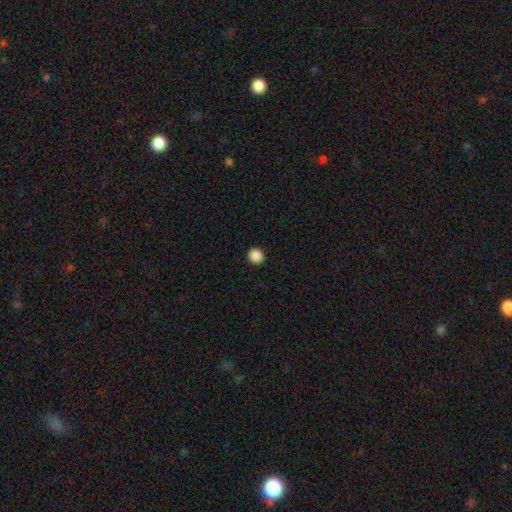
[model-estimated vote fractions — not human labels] Smooth or featured? Predicted: smooth (p=0.88). How rounded? Predicted: round (p=0.96). Merging? Predicted: none (p=0.94).